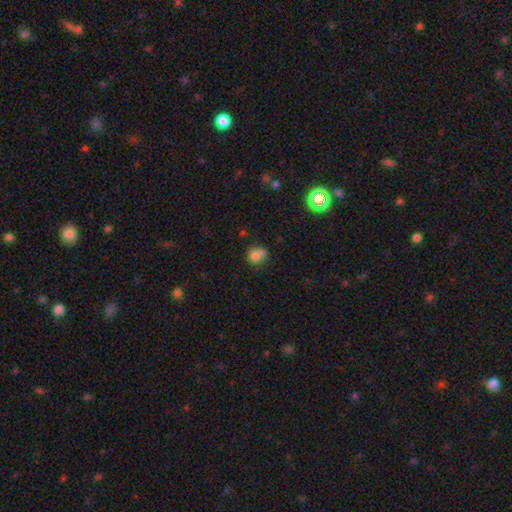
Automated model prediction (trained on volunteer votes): Smooth or featured? Predicted: smooth (p=0.74). How rounded? Predicted: round (p=0.76). Merging? Predicted: none (p=0.44).